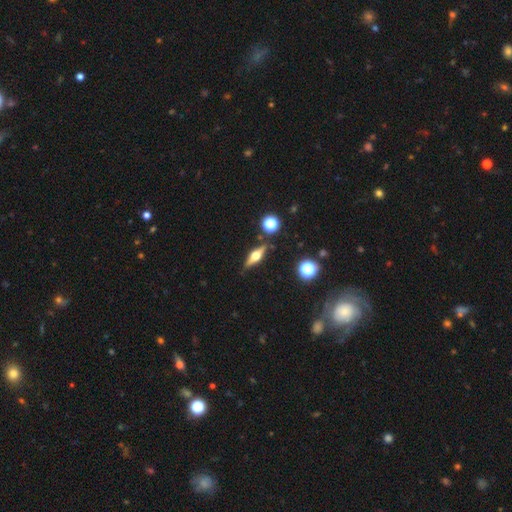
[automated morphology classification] Smooth or featured: featured or disk — 62% (smooth — 30%)
Edge-on disk: yes — 94% (no — 6%)
Edge-on bulge: rounded — 94% (boxy — 5%)
Merging: none — 84% (minor disturbance — 10%)